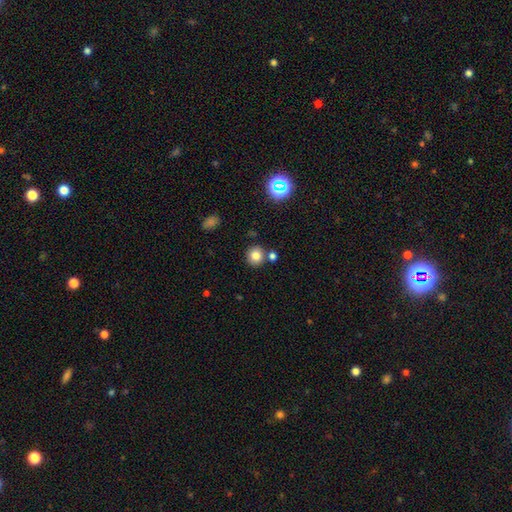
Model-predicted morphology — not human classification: Q: Smooth or featured?
A: smooth (79%); runner-up: star or artifact (14%)
Q: How rounded?
A: round (90%); runner-up: in between (9%)
Q: Merging?
A: none (76%); runner-up: merger (13%)